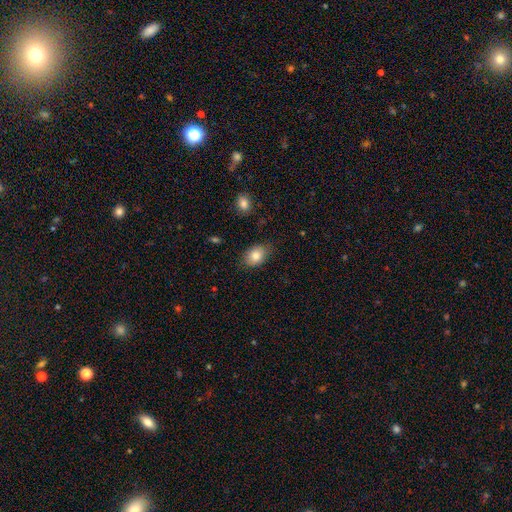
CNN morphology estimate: This is clearly a smooth galaxy (83%). How rounded: clearly in between (81%). Merging: likely none (80%).